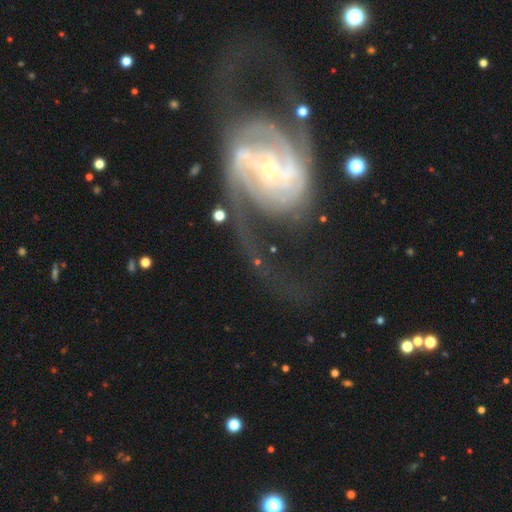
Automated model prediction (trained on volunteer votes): featured or disk 87%, star or artifact 7%, smooth 6%. Down the decision tree: edge-on disk — no (97%); bar — no (44%); spiral arms — yes (93%); spiral arm count — 2 (77%); spiral winding — medium (43%); bulge size — small (69%); merging — none (55%).